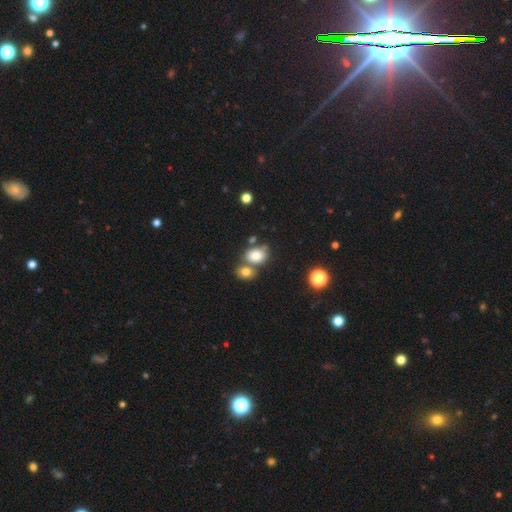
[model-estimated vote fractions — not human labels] Smooth or featured: smooth — 79% (star or artifact — 10%)
How rounded: in between — 65% (round — 34%)
Merging: none — 48% (merger — 36%)